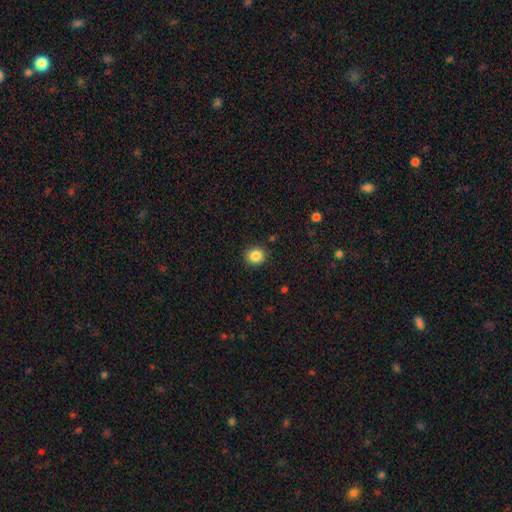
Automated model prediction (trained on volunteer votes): smooth 85%, star or artifact 10%, featured or disk 5%. Down the decision tree: how rounded — round (86%); merging — none (91%).